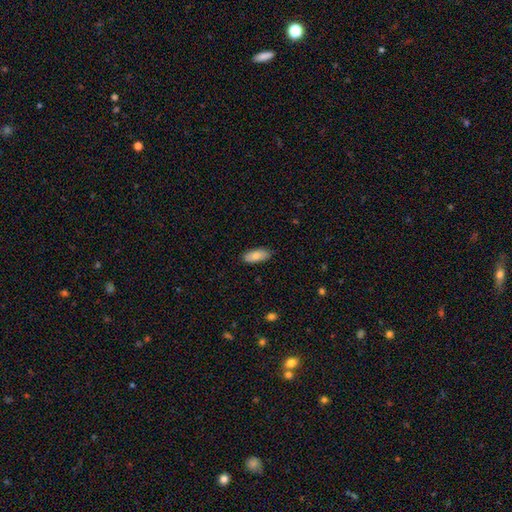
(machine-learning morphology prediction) Smooth or featured? smooth (82%)
How rounded? in between (84%)
Merging? none (85%)